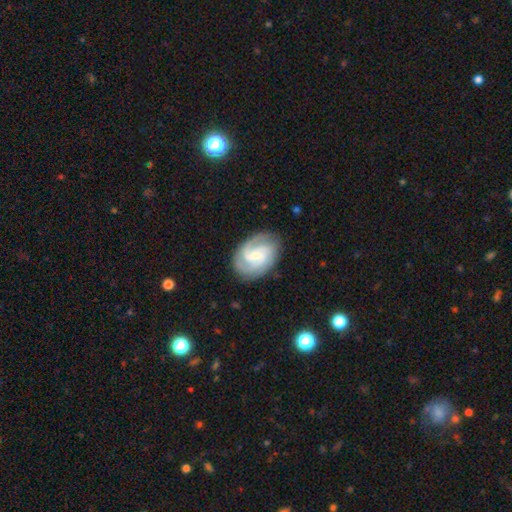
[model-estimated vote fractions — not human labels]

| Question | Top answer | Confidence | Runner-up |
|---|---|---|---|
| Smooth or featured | featured or disk | 84% | smooth (11%) |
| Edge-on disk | no | 98% | yes (2%) |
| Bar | weak | 52% | no (32%) |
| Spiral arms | yes | 97% | no (3%) |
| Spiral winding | tight | 51% | medium (39%) |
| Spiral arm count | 3 | 38% | 2 (30%) |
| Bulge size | small | 57% | moderate (31%) |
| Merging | none | 79% | minor disturbance (15%) |